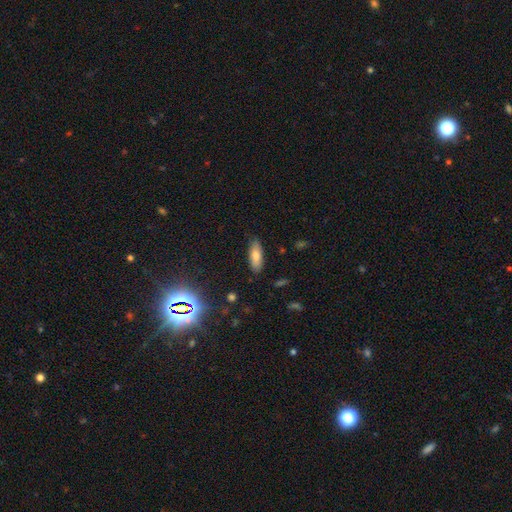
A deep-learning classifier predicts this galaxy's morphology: Smooth or featured? smooth (76%)
How rounded? in between (67%)
Merging? none (85%)